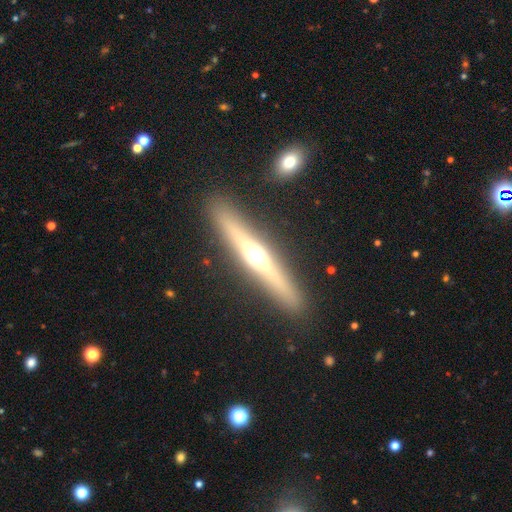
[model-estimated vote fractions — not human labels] Smooth or featured?
  - featured or disk: 67% *
  - smooth: 26%
  - star or artifact: 7%
Edge-on disk?
  - yes: 95% *
  - no: 5%
Edge-on bulge?
  - rounded: 93% *
  - none: 4%
  - boxy: 3%
Merging?
  - none: 89% *
  - minor disturbance: 7%
  - major disturbance: 2%
  - merger: 2%